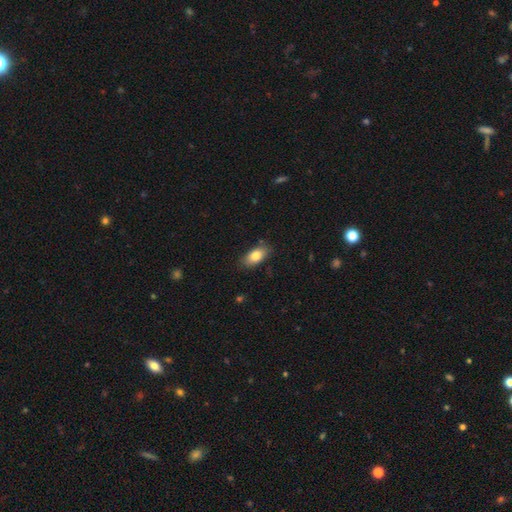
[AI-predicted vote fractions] This is clearly a smooth galaxy (81%). How rounded: clearly in between (90%). Merging: clearly none (82%).